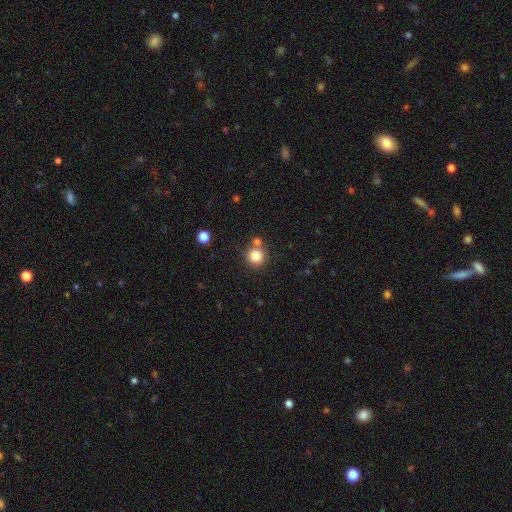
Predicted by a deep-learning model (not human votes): smooth 82%, star or artifact 11%, featured or disk 7%. Down the decision tree: how rounded — round (92%); merging — none (70%).